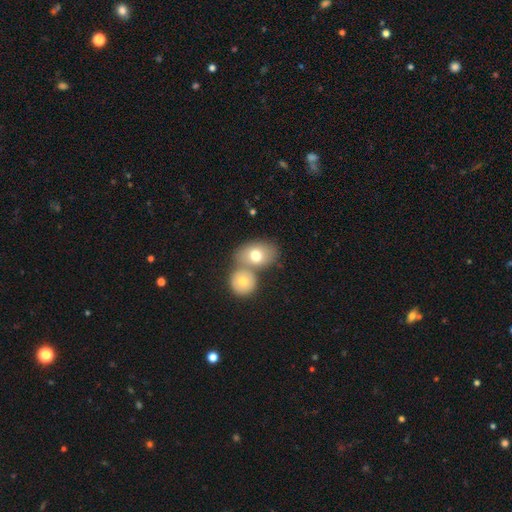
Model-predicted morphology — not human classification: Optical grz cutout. It shows a smooth galaxy with no disk features (70%) that is in between round and cigar-shaped (65%). Merging: merger (46%).